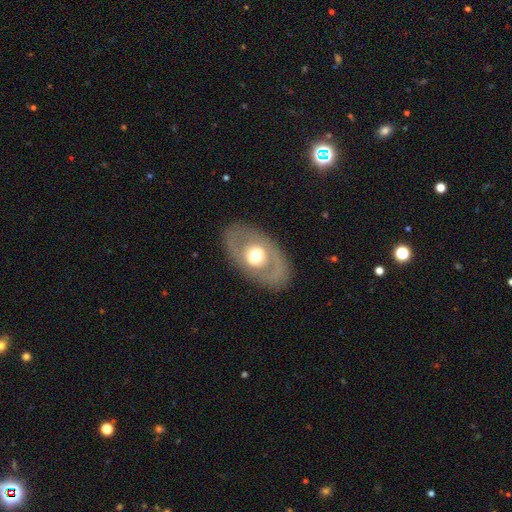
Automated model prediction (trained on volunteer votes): This is possibly a featured or disk galaxy (57%). It is clearly not viewed edge-on (89%). Bar: clearly no (83%). Spiral arm pattern: clearly no (84%). Central bulge: likely moderate (60%). Merging: clearly none (83%).